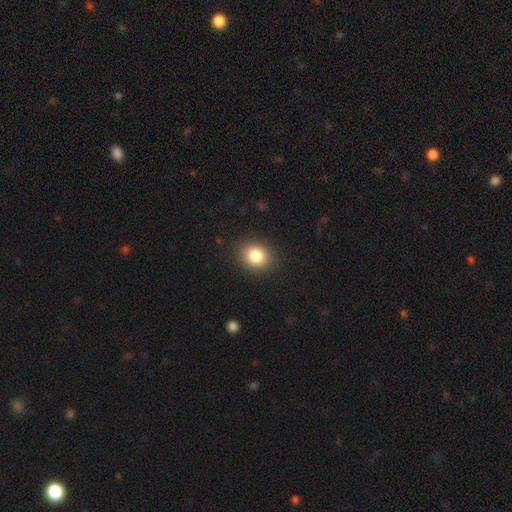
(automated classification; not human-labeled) This is clearly a smooth galaxy (84%). How rounded: possibly round (58%). Merging: clearly none (88%).